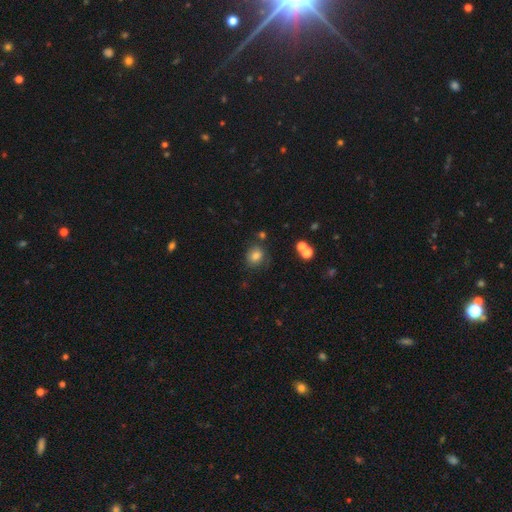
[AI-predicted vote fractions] Overall: smooth (78%). How rounded: round (71%). Merging: none (72%).